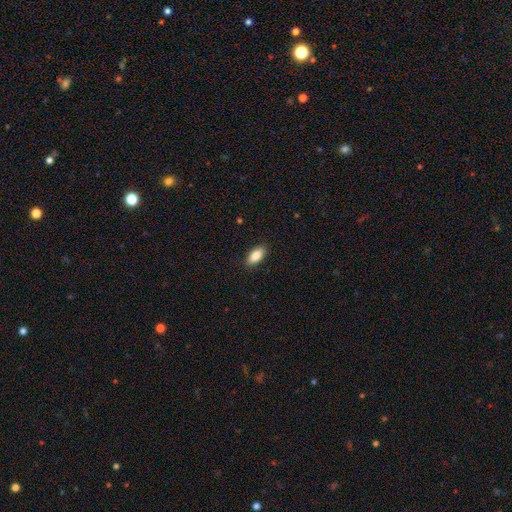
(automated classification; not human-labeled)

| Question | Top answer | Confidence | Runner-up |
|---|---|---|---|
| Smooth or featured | smooth | 85% | featured or disk (8%) |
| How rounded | in between | 89% | cigar-shaped (8%) |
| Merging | none | 89% | minor disturbance (8%) |